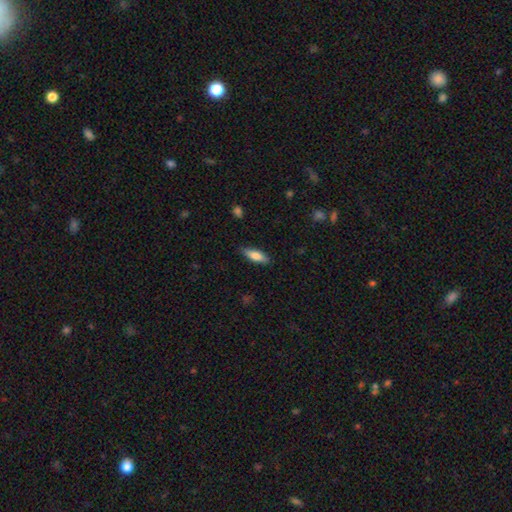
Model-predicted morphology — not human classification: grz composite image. It shows a smooth galaxy with no disk features (75%) that is in between round and cigar-shaped (55%). Merging: none (85%).